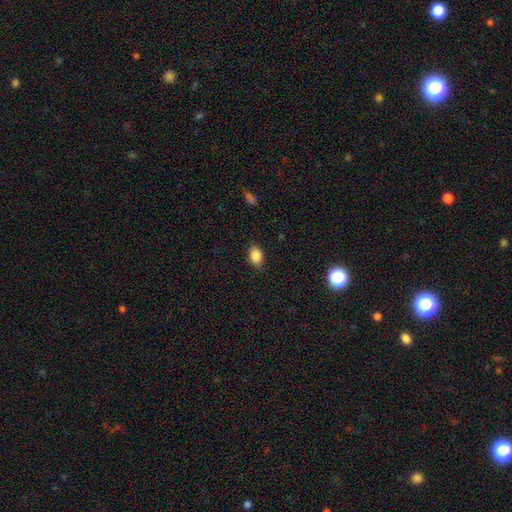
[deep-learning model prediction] A smooth galaxy with no disk features (87%) that is in between round and cigar-shaped (85%). Merging: none (86%).